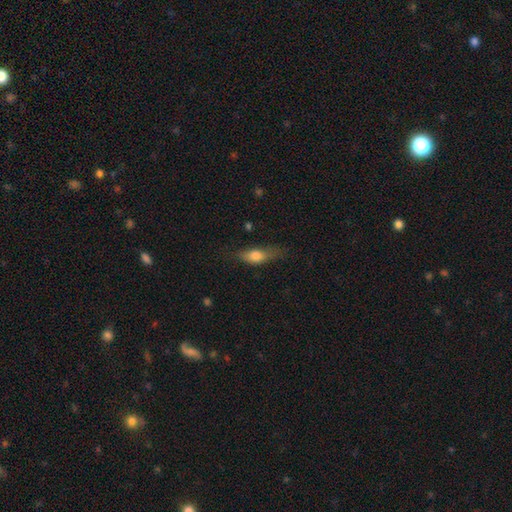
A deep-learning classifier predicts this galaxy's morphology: Smooth or featured? Predicted: smooth (p=0.71). How rounded? Predicted: in between (p=0.68). Merging? Predicted: none (p=0.56).